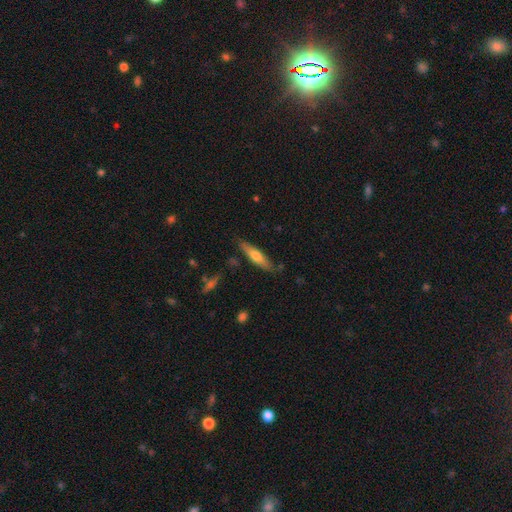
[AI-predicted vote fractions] The model was most divided on "smooth or featured": smooth: 56%, featured or disk: 38%, star or artifact: 6%. More confident: merging — none (81%); how rounded — cigar-shaped (78%).